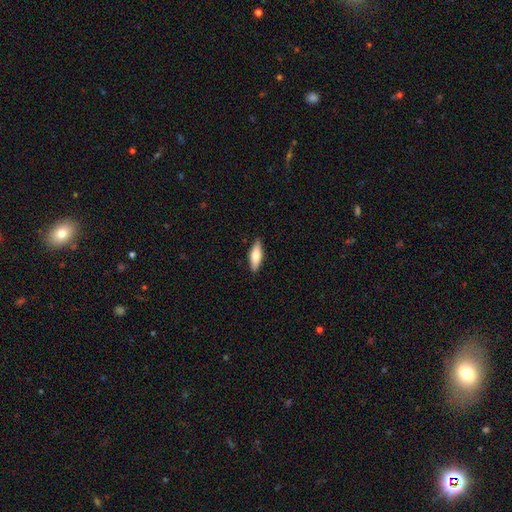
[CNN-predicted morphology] Smooth or featured?
  - smooth: 73% *
  - featured or disk: 22%
  - star or artifact: 6%
How rounded?
  - in between: 53% *
  - cigar-shaped: 45%
  - round: 2%
Merging?
  - none: 87% *
  - minor disturbance: 10%
  - major disturbance: 2%
  - merger: 1%